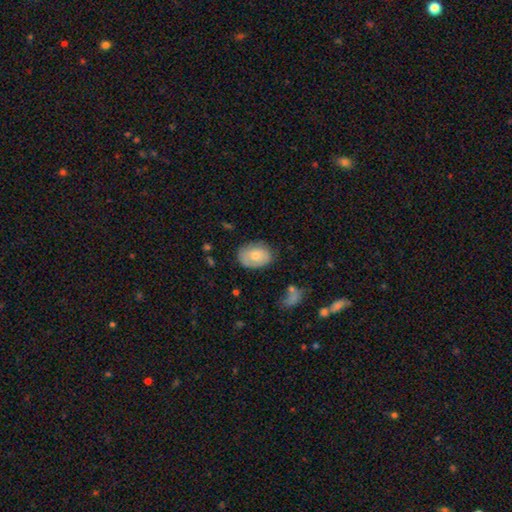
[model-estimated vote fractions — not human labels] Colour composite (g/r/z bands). It shows a smooth galaxy with no disk features (72%) that is in between round and cigar-shaped (75%). Merging: none (70%).